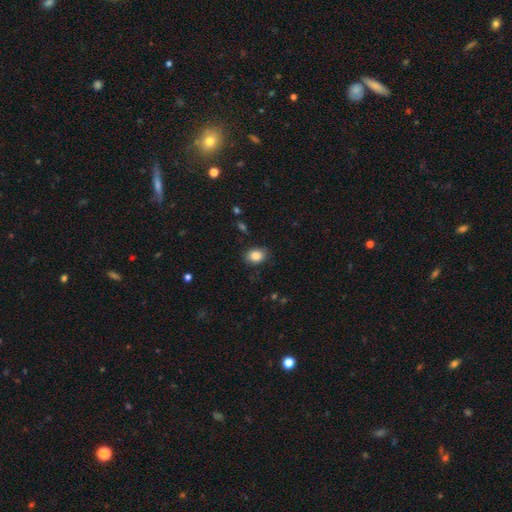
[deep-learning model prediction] Smooth or featured? Predicted: smooth (p=0.85). How rounded? Predicted: in between (p=0.65). Merging? Predicted: none (p=0.83).